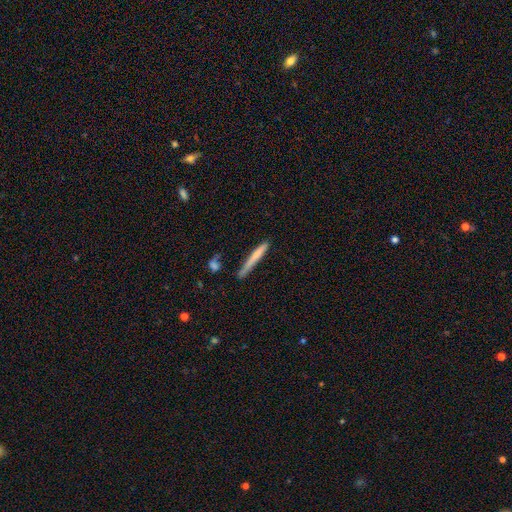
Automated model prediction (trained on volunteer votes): This appears to be a smooth galaxy with no disk features (65%) that is cigar-shaped (96%). Merging: none (73%).